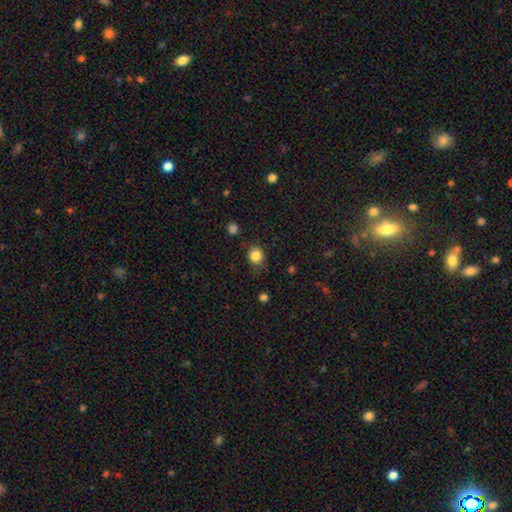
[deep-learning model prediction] Smooth or featured?
  - smooth: 84% *
  - star or artifact: 11%
  - featured or disk: 5%
How rounded?
  - round: 77% *
  - in between: 22%
  - cigar-shaped: 1%
Merging?
  - none: 77% *
  - minor disturbance: 17%
  - major disturbance: 4%
  - merger: 2%